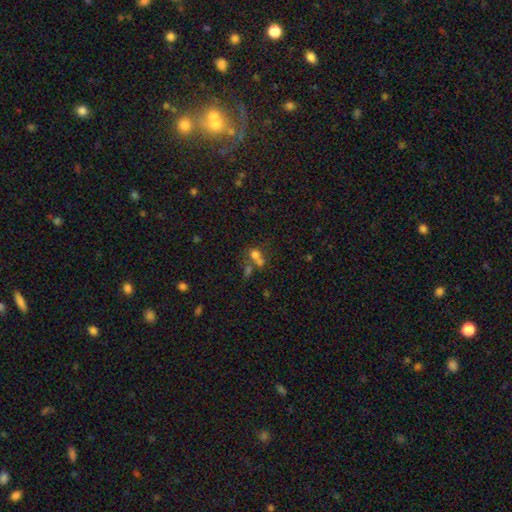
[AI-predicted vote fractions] Q: Smooth or featured?
A: smooth (67%); runner-up: star or artifact (18%)
Q: How rounded?
A: round (60%); runner-up: in between (38%)
Q: Merging?
A: merger (53%); runner-up: none (32%)